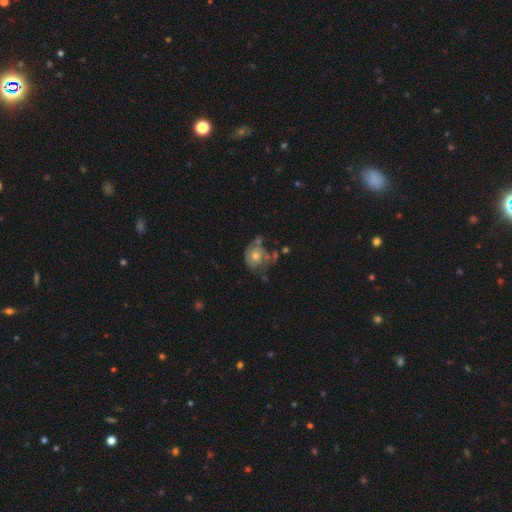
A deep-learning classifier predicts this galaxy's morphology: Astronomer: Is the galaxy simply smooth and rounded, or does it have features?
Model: featured or disk — 57% (runner-up: smooth, 34%).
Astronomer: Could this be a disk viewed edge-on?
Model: no — 97%.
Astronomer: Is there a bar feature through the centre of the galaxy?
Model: no — 86%.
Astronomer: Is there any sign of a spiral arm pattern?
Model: yes — 63%.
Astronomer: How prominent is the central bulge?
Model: moderate — 66%.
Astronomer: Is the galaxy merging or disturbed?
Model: none — 42% (runner-up: minor disturbance, 26%).